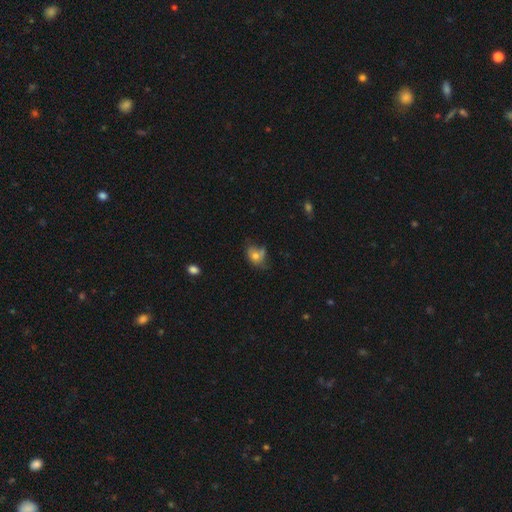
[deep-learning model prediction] Morphology: type=smooth (66%); roundness=in between (56%); merging=none (40%).